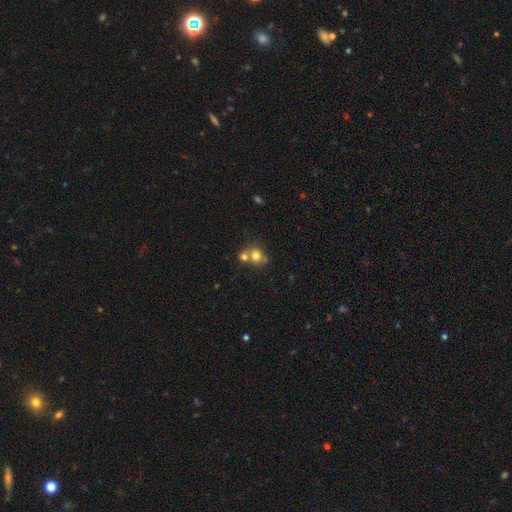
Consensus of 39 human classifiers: A smooth galaxy with no disk features (74%) that is round (90%). Merging: merger (58%).